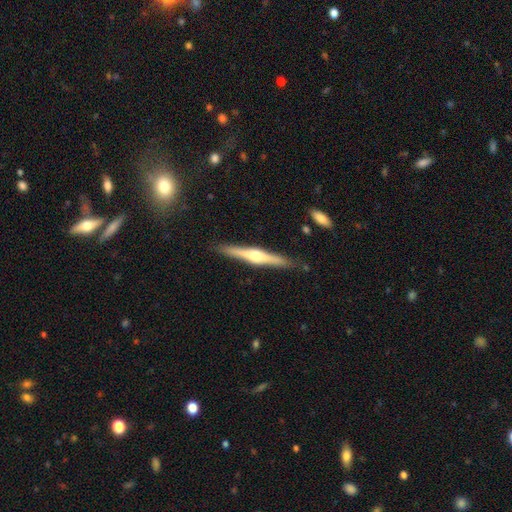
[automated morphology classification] Overall: featured or disk (72%). Edge-on disk: yes (98%). Edge-on bulge: rounded (92%). Merging: none (89%).